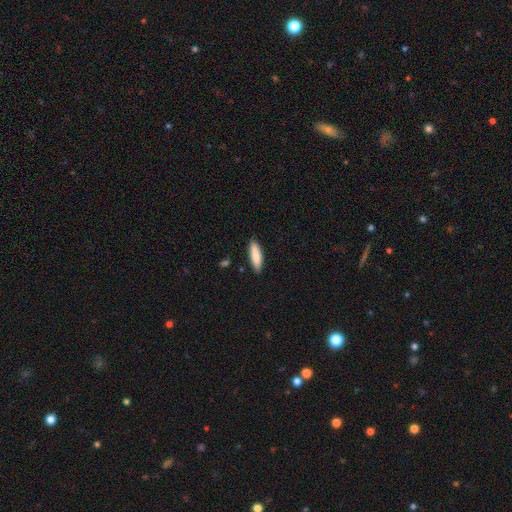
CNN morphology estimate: Overall: smooth (84%). How rounded: cigar-shaped (57%; in between 41%). Merging: none (88%).